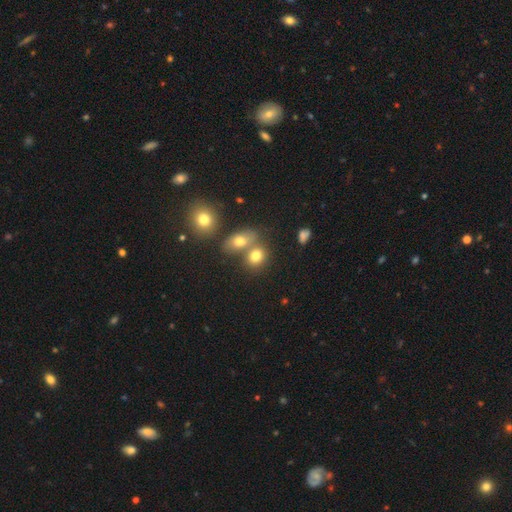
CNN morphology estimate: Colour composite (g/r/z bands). It shows a smooth galaxy with no disk features (76%) that is round (51%). Merging: none (48%).